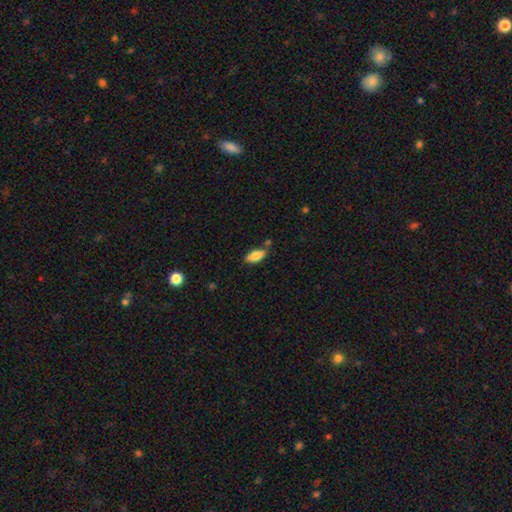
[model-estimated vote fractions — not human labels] smooth-or-featured: smooth: 84% | featured or disk: 9% | star or artifact: 7%
  how-rounded: in between: 88% | cigar-shaped: 10% | round: 2%
  merging: none: 71% | minor disturbance: 17% | merger: 9% | major disturbance: 3%